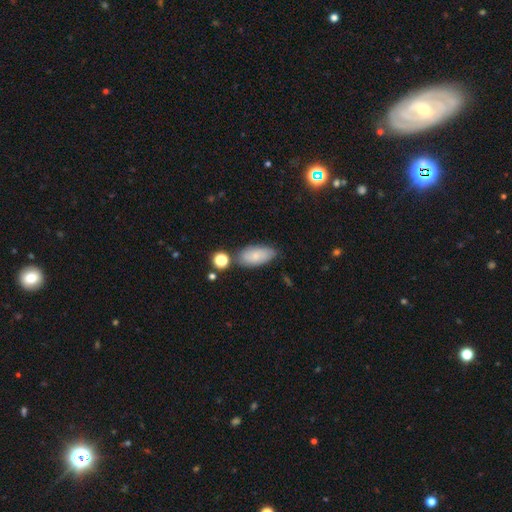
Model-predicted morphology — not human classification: smooth_or_featured: smooth (p=0.77) [alt: featured or disk p=0.15]
how_rounded: in between (p=0.90) [alt: cigar-shaped p=0.07]
merging: none (p=0.70) [alt: minor disturbance p=0.19]